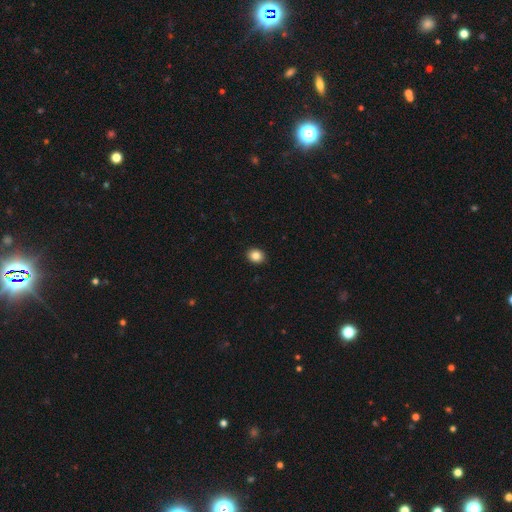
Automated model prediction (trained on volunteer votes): The model was most divided on "how rounded": round: 60%, in between: 39%, cigar-shaped: 1%. More confident: merging — none (92%); smooth or featured — smooth (85%).